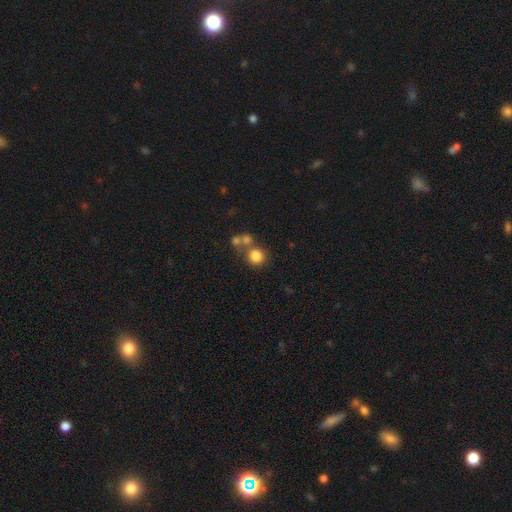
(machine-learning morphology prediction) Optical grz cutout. It shows a smooth galaxy with no disk features (80%) that is round (88%). Merging: none (60%).